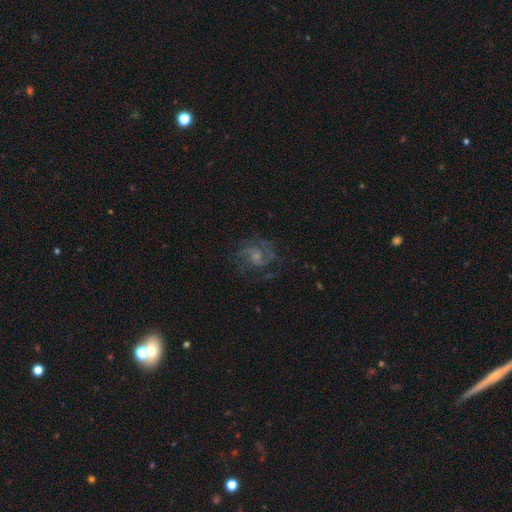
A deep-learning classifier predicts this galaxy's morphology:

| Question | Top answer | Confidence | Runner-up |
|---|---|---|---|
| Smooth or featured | featured or disk | 76% | smooth (14%) |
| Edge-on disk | no | 98% | yes (2%) |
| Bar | no | 64% | weak (32%) |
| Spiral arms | yes | 91% | no (9%) |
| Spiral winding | medium | 52% | tight (27%) |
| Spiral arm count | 2 | 48% | 3 (21%) |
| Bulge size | small | 48% | moderate (33%) |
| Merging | none | 64% | minor disturbance (18%) |